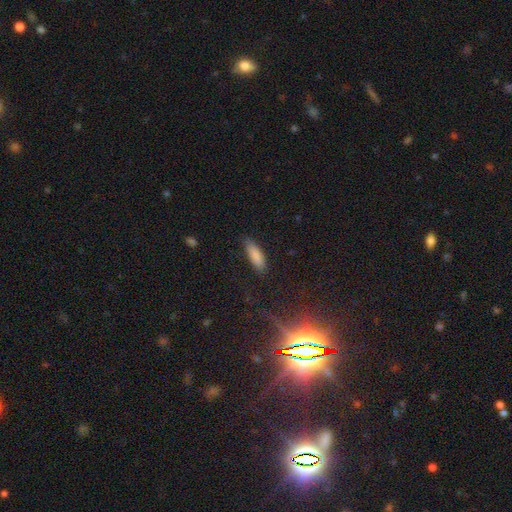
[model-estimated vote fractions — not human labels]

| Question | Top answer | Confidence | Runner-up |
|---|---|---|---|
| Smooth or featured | smooth | 86% | star or artifact (7%) |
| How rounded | in between | 54% | cigar-shaped (45%) |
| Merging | none | 82% | minor disturbance (14%) |